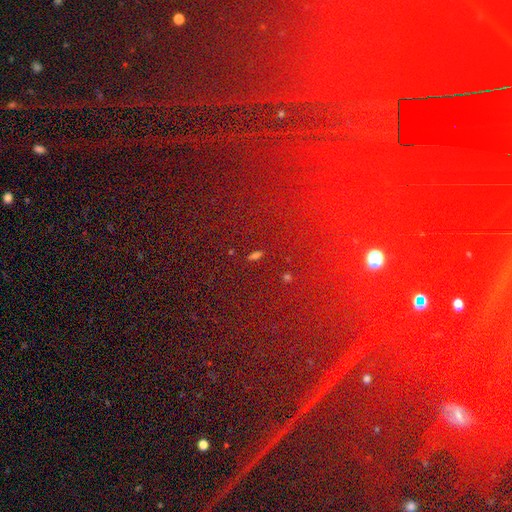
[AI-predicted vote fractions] Q: Smooth or featured?
A: star or artifact (62%); runner-up: smooth (27%)